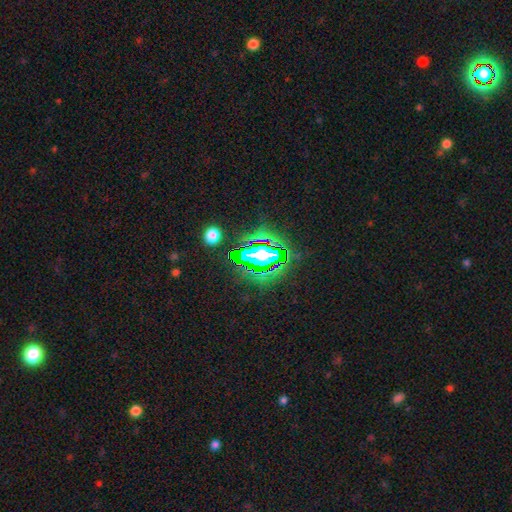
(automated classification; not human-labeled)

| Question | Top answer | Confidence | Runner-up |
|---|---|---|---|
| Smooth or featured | star or artifact | 69% | smooth (16%) |